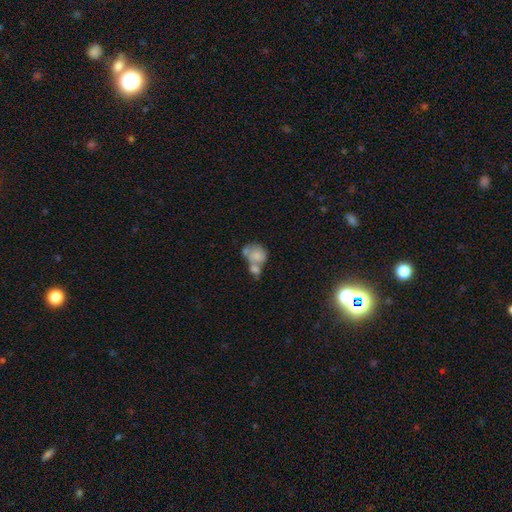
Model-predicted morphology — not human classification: This appears to be a smooth galaxy with no disk features (66%) that is round (51%). Merging: merger (62%).